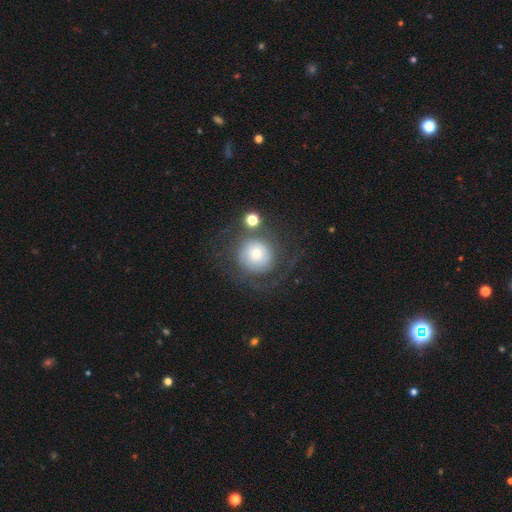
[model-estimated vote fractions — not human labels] Smooth or featured? smooth (46%)
Merging? none (62%)